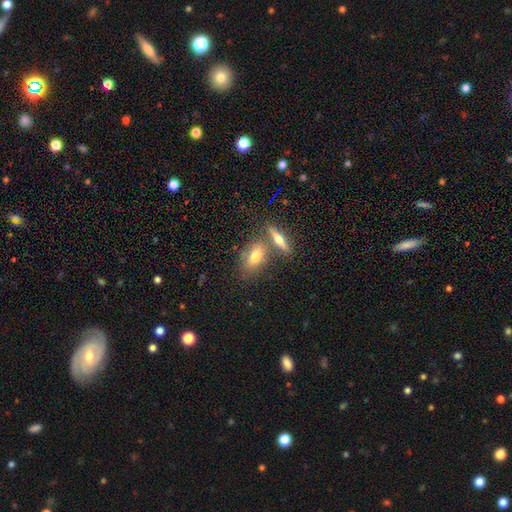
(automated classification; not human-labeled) This appears to be a smooth galaxy with no disk features (63%) that is in between round and cigar-shaped (77%). Merging: none (57%).